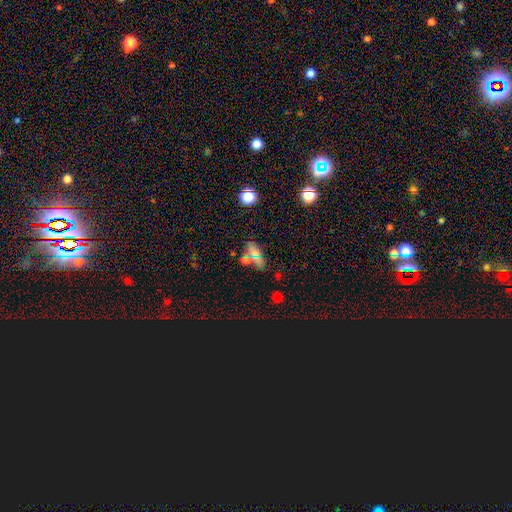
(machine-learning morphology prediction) type=smooth (63%); roundness=in between (73%); merging=none (77%).